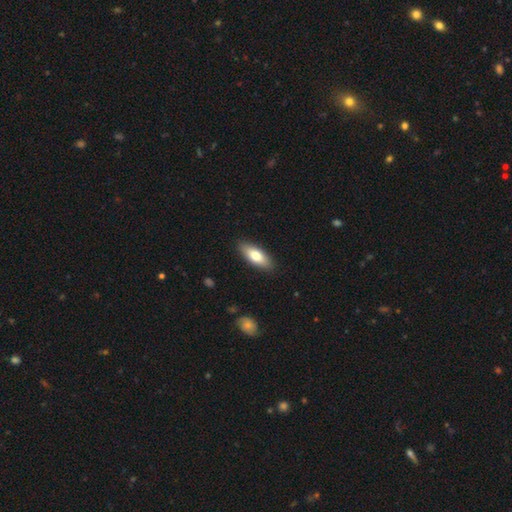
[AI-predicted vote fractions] Smooth or featured? Predicted: smooth (p=0.73). How rounded? Predicted: in between (p=0.72). Merging? Predicted: none (p=0.89).